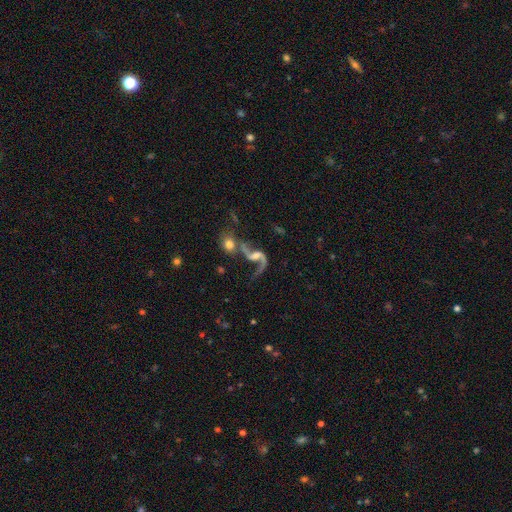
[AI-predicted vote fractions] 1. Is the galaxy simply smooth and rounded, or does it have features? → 86% featured or disk, 7% smooth, 7% star or artifact.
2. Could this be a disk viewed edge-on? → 97% no, 3% yes.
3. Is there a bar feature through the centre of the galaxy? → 43% weak, 41% no, 17% strong.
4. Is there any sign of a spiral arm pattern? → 94% yes, 6% no.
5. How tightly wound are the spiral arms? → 84% loose, 13% medium, 3% tight.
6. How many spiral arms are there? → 85% 2, 11% 1, 2% can't tell, 1% 3, 1% 4, 1% more than 4.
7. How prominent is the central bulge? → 37% small, 34% moderate, 20% none, 7% large, 2% dominant.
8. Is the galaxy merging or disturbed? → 35% none, 33% merger, 19% major disturbance, 13% minor disturbance.